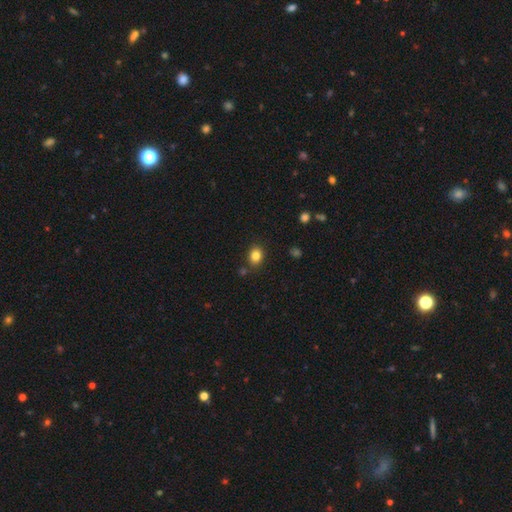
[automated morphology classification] This appears to be a smooth galaxy with no disk features (84%) that is in between round and cigar-shaped (51%). Merging: none (82%).